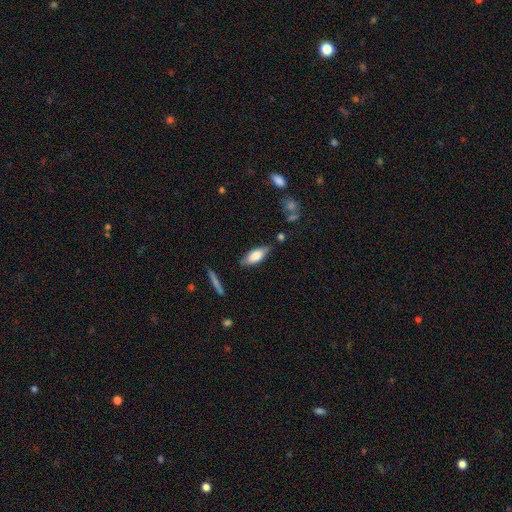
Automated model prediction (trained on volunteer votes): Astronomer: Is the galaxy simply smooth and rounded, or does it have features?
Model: smooth — 73%.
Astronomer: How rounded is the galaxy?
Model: in between — 73%.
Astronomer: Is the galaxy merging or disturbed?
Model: none — 75%.